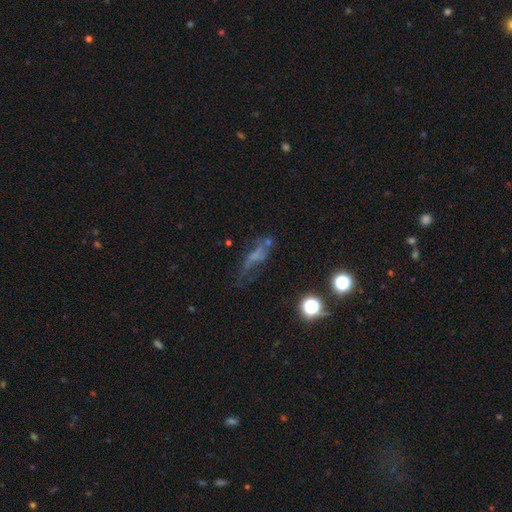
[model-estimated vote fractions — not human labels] Smooth or featured: featured or disk — 41% (smooth — 34%)
Merging: none — 40% (major disturbance — 30%)